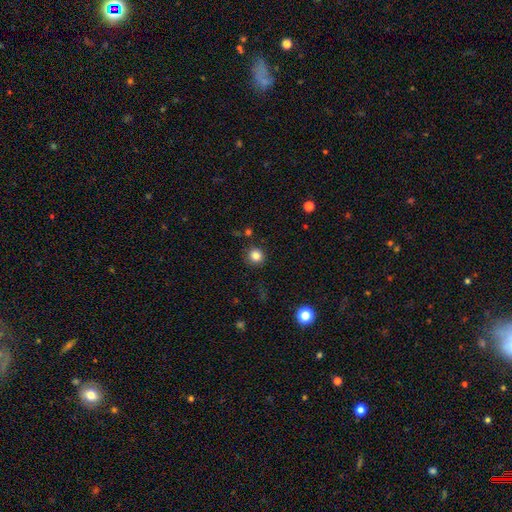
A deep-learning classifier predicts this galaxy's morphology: A smooth galaxy with no disk features (84%) that is round (93%). Merging: none (88%).